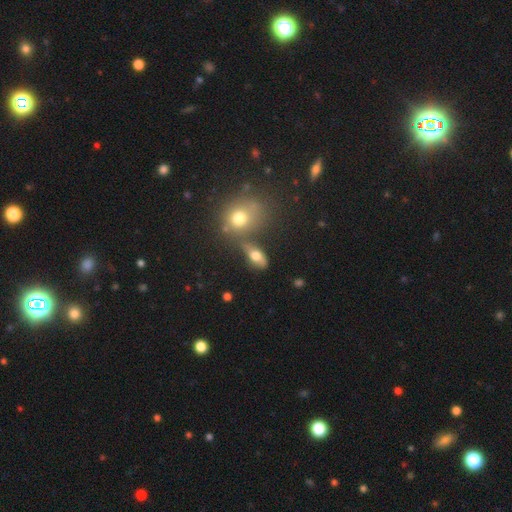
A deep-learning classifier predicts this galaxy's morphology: Q: Smooth or featured?
A: smooth (62%); runner-up: featured or disk (25%)
Q: How rounded?
A: in between (73%); runner-up: round (15%)
Q: Merging?
A: none (48%); runner-up: merger (24%)